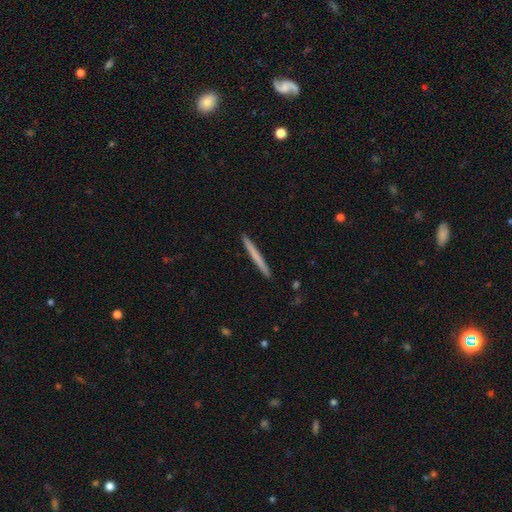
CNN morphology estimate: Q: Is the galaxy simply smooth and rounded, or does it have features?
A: smooth — 63%.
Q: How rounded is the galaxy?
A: cigar-shaped — 97%.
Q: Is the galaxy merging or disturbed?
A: none — 93%.